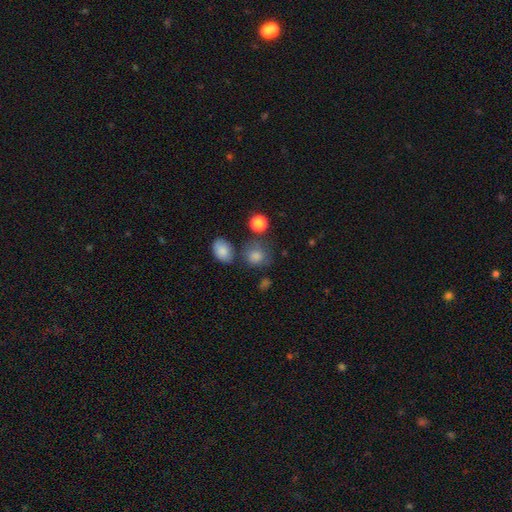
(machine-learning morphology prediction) Smooth or featured?
  - smooth: 81% *
  - star or artifact: 11%
  - featured or disk: 8%
How rounded?
  - round: 73% *
  - in between: 26%
  - cigar-shaped: 1%
Merging?
  - none: 60% *
  - minor disturbance: 19%
  - merger: 12%
  - major disturbance: 9%